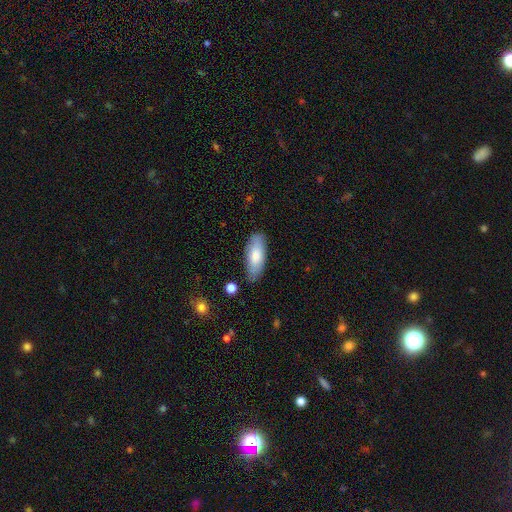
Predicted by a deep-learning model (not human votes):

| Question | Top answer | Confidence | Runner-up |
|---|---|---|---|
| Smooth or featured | smooth | 77% | featured or disk (17%) |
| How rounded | in between | 77% | cigar-shaped (21%) |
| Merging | none | 79% | minor disturbance (16%) |